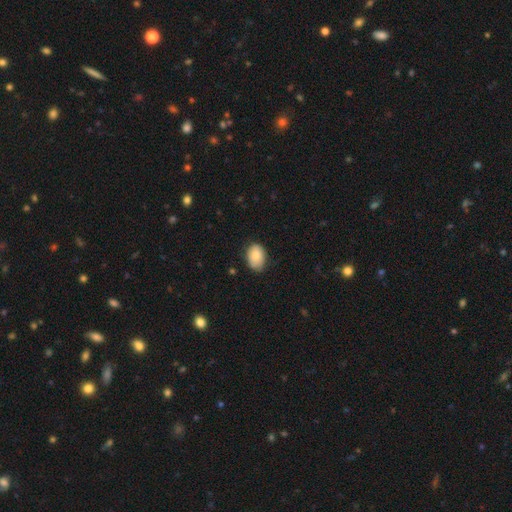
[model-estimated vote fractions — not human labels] The model was most divided on "merging": none: 73%, minor disturbance: 22%, major disturbance: 3%, merger: 1%. More confident: smooth or featured — smooth (83%); how rounded — in between (81%).